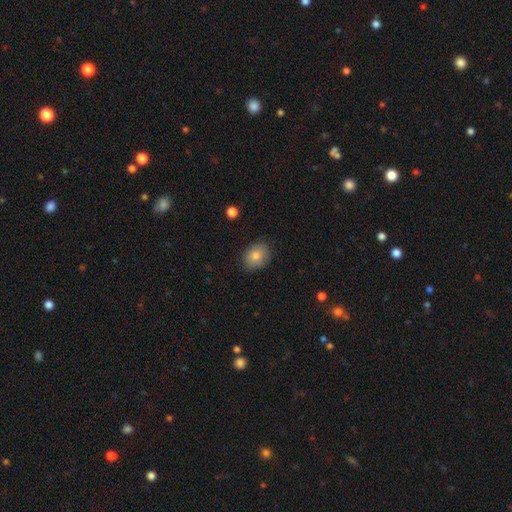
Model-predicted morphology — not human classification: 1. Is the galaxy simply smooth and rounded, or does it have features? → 81% smooth, 10% featured or disk, 9% star or artifact.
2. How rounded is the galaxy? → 59% in between, 40% round, 1% cigar-shaped.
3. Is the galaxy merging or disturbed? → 85% none, 11% minor disturbance, 2% major disturbance, 1% merger.